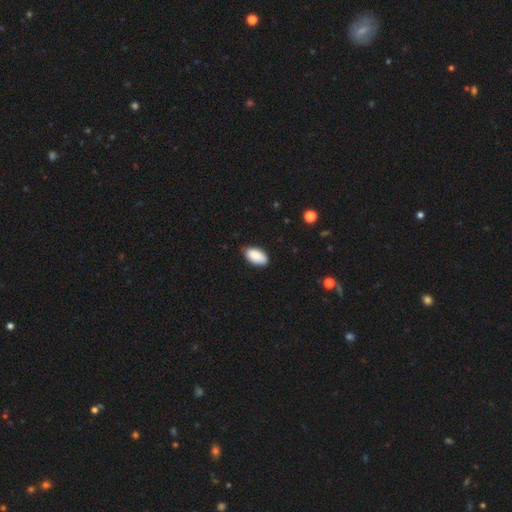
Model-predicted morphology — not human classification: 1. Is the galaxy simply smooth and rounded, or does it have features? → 89% smooth, 6% star or artifact, 5% featured or disk.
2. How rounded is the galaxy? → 95% in between, 3% round, 2% cigar-shaped.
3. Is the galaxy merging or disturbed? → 80% none, 17% minor disturbance, 2% major disturbance, 1% merger.